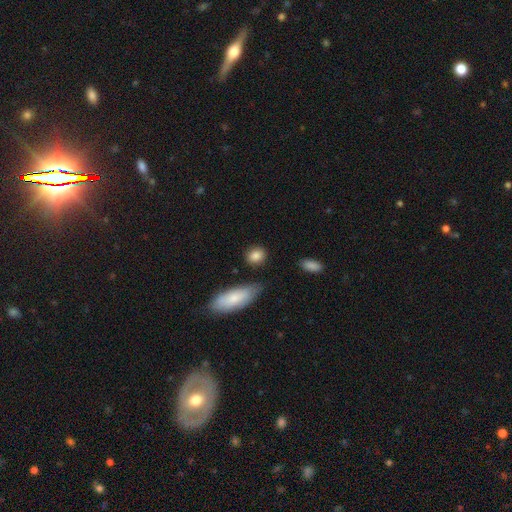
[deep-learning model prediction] smooth_or_featured: smooth (p=0.86) [alt: star or artifact p=0.07]
how_rounded: round (p=0.62) [alt: in between p=0.35]
merging: none (p=0.82) [alt: minor disturbance p=0.11]